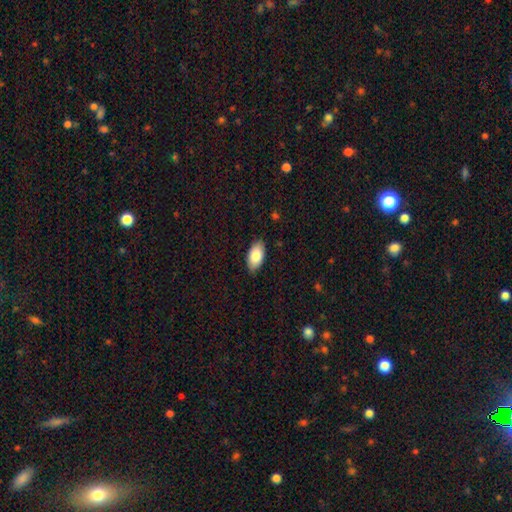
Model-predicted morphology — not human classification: This appears to be a smooth galaxy with no disk features (84%) that is in between round and cigar-shaped (95%). Merging: none (86%).